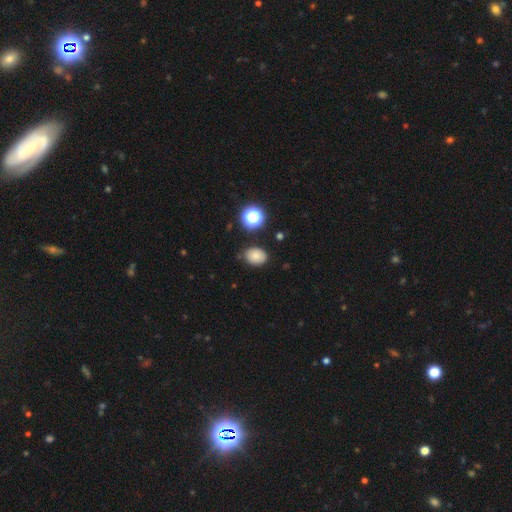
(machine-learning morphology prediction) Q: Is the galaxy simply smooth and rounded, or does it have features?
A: smooth — 80%.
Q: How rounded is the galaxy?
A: in between — 67%.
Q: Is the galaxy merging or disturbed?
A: none — 80%.